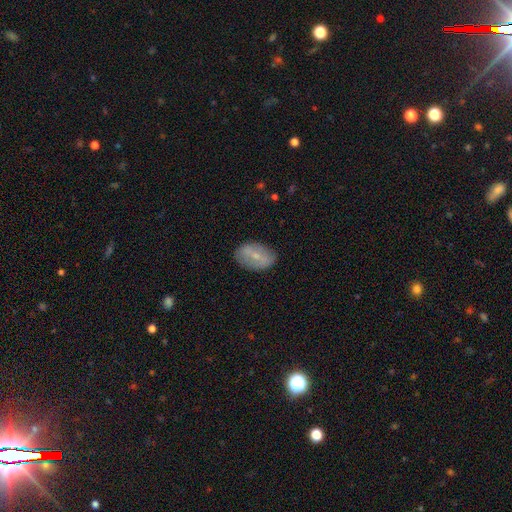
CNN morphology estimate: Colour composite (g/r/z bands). It shows a featured or disk galaxy (48%). Merging: none (82%).